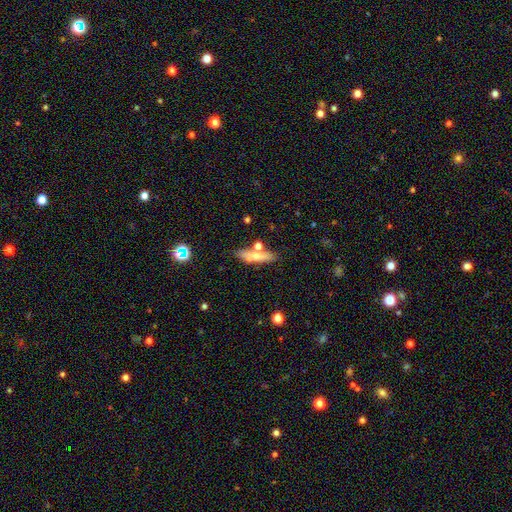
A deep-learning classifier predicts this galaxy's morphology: Smooth or featured?
  - smooth: 59% *
  - featured or disk: 33%
  - star or artifact: 8%
How rounded?
  - cigar-shaped: 73% *
  - in between: 23%
  - round: 4%
Merging?
  - none: 68% *
  - merger: 15%
  - minor disturbance: 13%
  - major disturbance: 4%